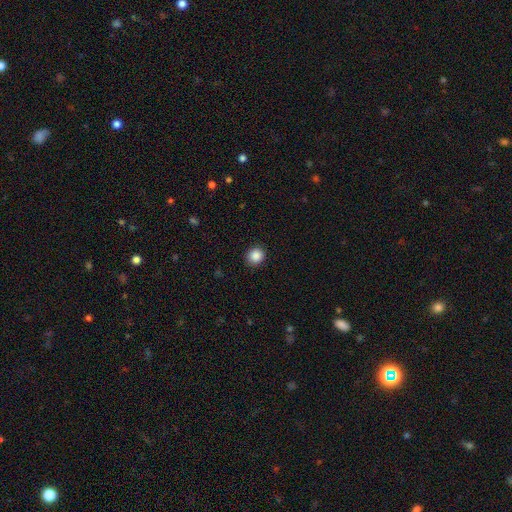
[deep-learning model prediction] Smooth or featured? smooth (88%)
How rounded? round (89%)
Merging? none (91%)